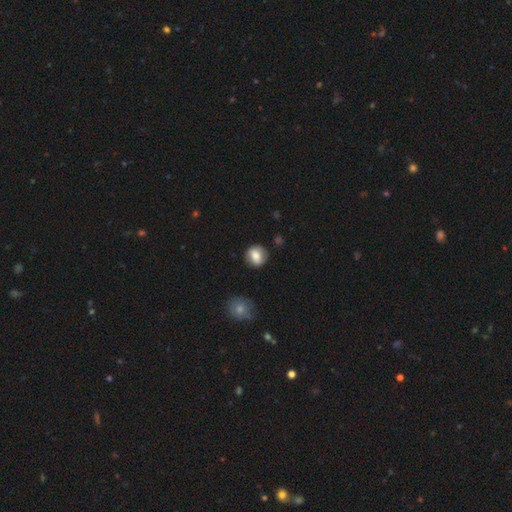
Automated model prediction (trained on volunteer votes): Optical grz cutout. It shows a smooth galaxy with no disk features (68%) that is round (83%). Merging: none (83%).